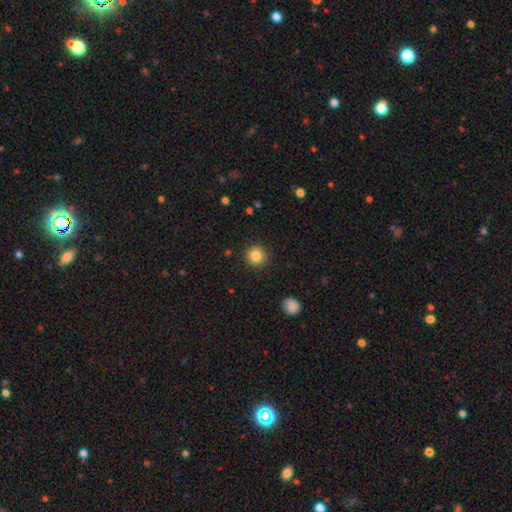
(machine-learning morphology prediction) smooth-or-featured: smooth: 84% | star or artifact: 10% | featured or disk: 6%
  how-rounded: round: 94% | in between: 5% | cigar-shaped: 1%
  merging: none: 90% | minor disturbance: 7% | major disturbance: 2% | merger: 1%